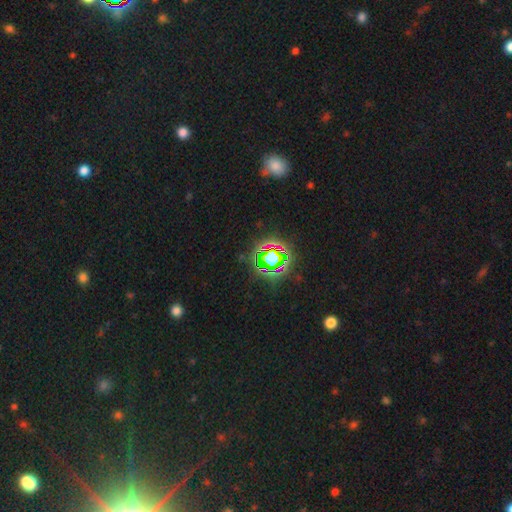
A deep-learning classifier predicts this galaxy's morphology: type=star or artifact (78%).